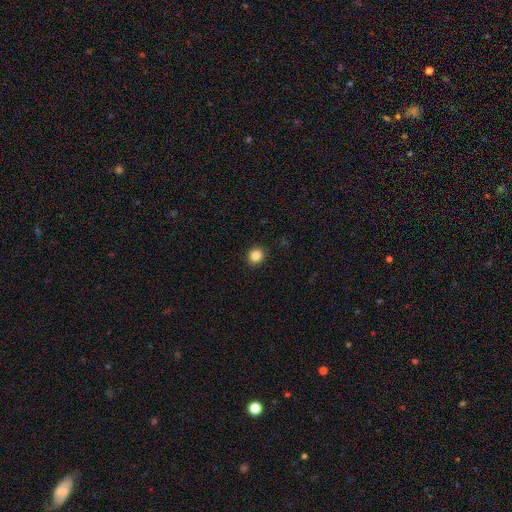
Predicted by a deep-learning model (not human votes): A smooth galaxy with no disk features (85%) that is round (87%).

Vote fractions:
- Smooth or featured? smooth: 85% / star or artifact: 11% / featured or disk: 4%
- How rounded? round: 87% / in between: 12% / cigar-shaped: 1%
- Merging? none: 92% / minor disturbance: 5% / major disturbance: 2% / merger: 1%